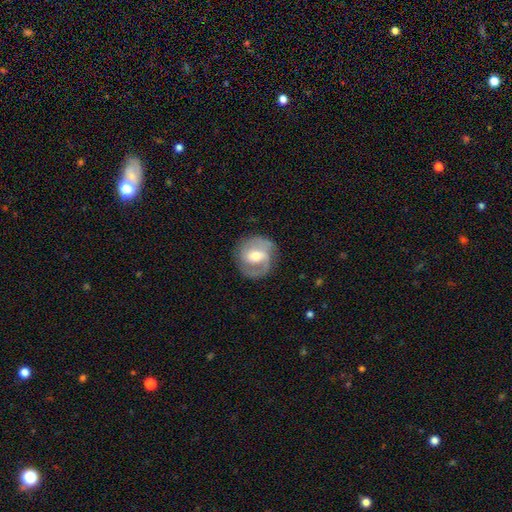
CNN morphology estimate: The model was most divided on "bar": weak: 46%, no: 36%, strong: 18%. Remaining: edge-on disk — no (97%); spiral arms — yes (89%); merging — none (76%); smooth or featured — featured or disk (73%); spiral arm count — 2 (69%); bulge size — moderate (69%); spiral winding — medium (46%).